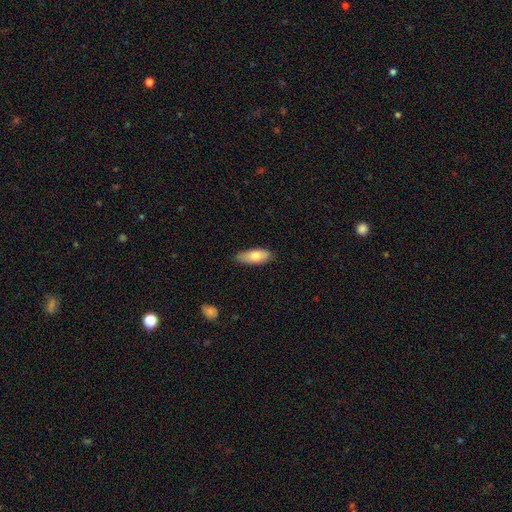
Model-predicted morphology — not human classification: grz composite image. It shows a smooth galaxy with no disk features (76%) that is in between round and cigar-shaped (78%). Merging: none (82%).